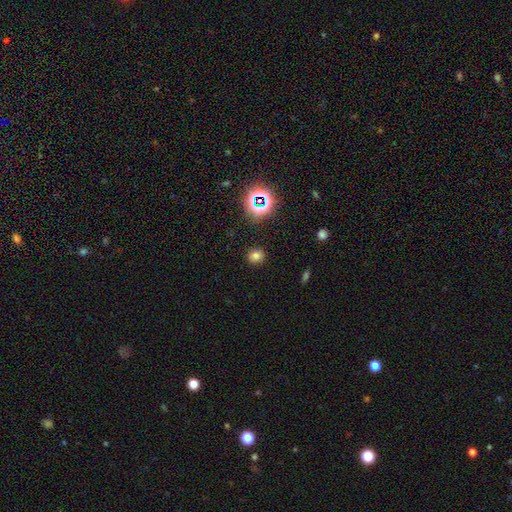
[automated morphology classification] smooth-or-featured: smooth: 71% | star or artifact: 22% | featured or disk: 7%
  how-rounded: round: 80% | in between: 19% | cigar-shaped: 1%
  merging: none: 89% | minor disturbance: 7% | major disturbance: 3% | merger: 2%